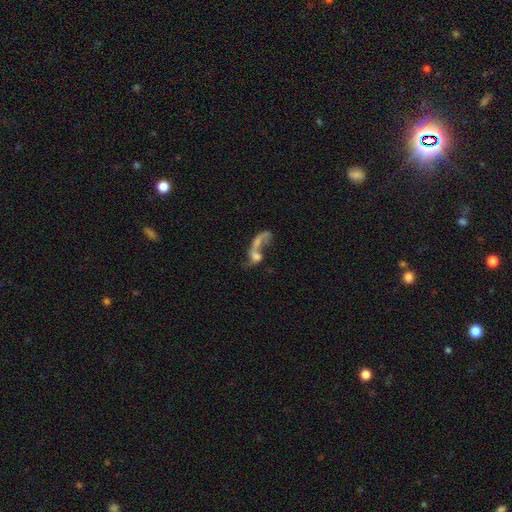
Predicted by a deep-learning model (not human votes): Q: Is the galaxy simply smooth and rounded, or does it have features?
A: featured or disk — 54%.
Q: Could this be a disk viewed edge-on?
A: no — 92%.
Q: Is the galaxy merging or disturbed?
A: merger — 50%.